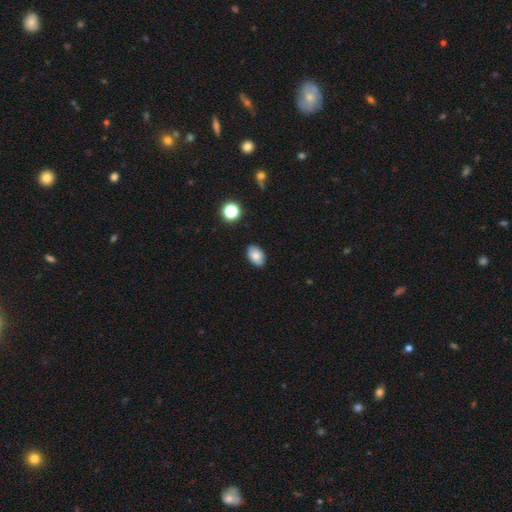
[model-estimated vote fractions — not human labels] Smooth or featured?
  - smooth: 81% *
  - featured or disk: 9%
  - star or artifact: 9%
How rounded?
  - in between: 88% *
  - round: 11%
  - cigar-shaped: 1%
Merging?
  - none: 86% *
  - minor disturbance: 11%
  - major disturbance: 2%
  - merger: 1%